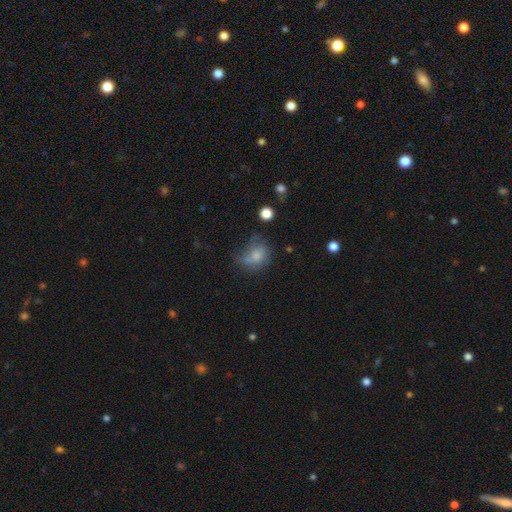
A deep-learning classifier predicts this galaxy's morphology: Overall: smooth (68%). How rounded: in between (54%; round 45%). Merging: none (34%; minor disturbance 27%).